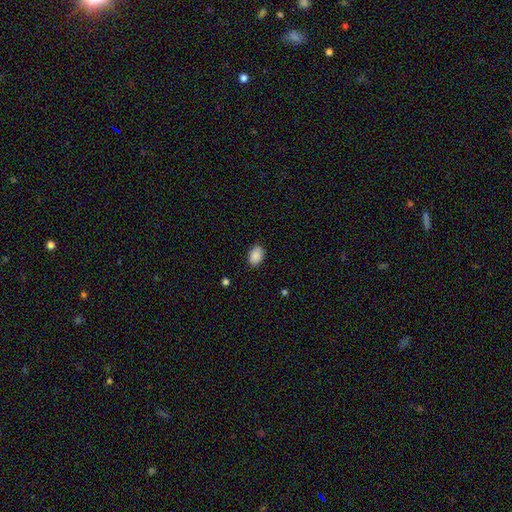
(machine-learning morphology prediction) Overall: smooth (90%). How rounded: in between (87%). Merging: none (86%).